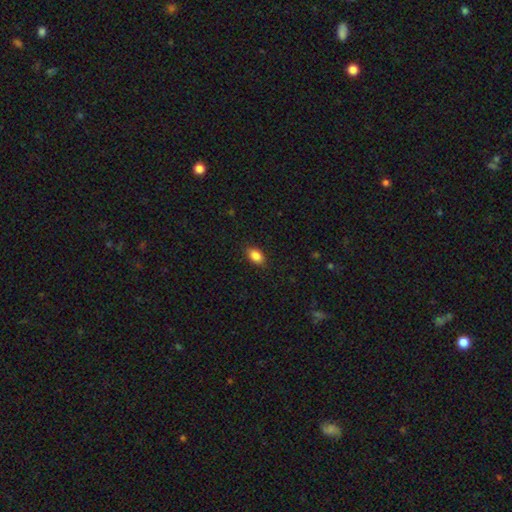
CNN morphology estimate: Smooth or featured: smooth — 87% (star or artifact — 8%)
How rounded: in between — 87% (round — 10%)
Merging: none — 88% (minor disturbance — 9%)